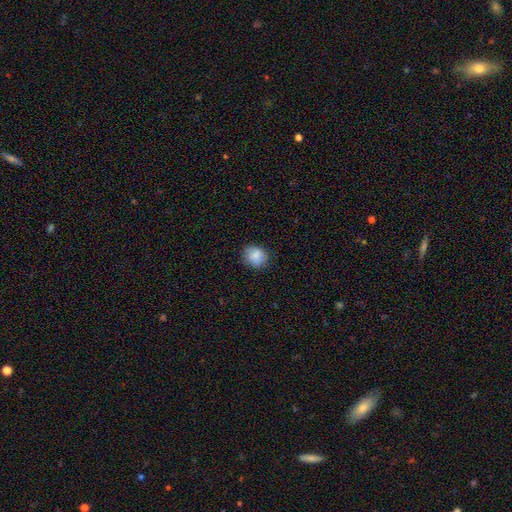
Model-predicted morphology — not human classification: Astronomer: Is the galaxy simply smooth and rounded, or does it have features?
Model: smooth — 86%.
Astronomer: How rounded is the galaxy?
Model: round — 68%.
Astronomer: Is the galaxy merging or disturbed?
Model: none — 85%.